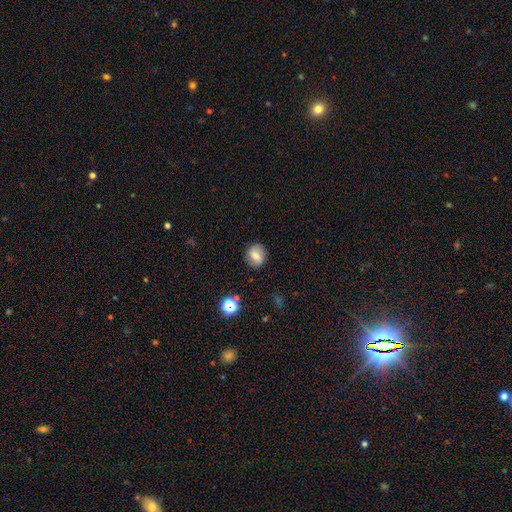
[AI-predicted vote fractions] Smooth or featured? smooth (63%)
How rounded? round (72%)
Merging? none (84%)